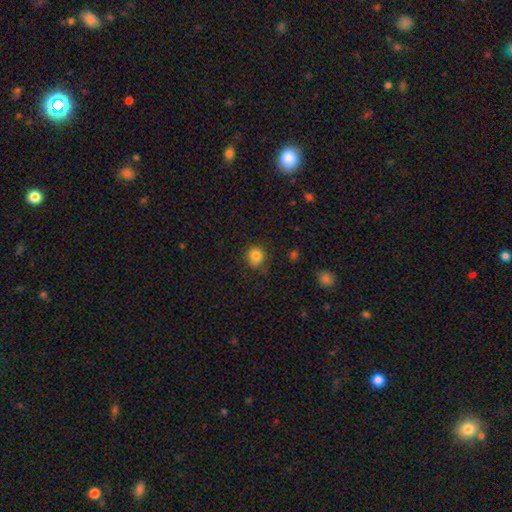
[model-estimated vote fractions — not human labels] Smooth or featured: smooth — 83% (star or artifact — 11%)
How rounded: round — 90% (in between — 9%)
Merging: none — 80% (minor disturbance — 15%)